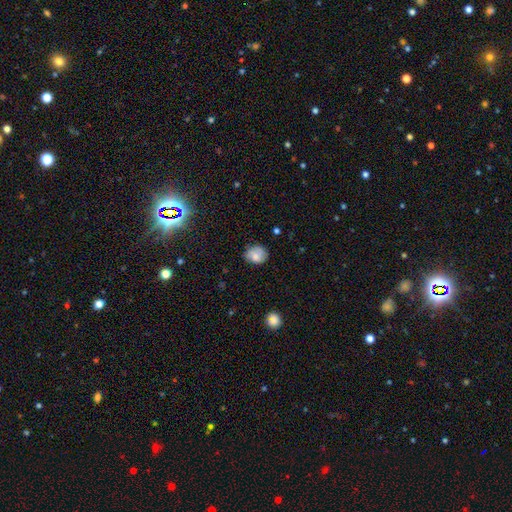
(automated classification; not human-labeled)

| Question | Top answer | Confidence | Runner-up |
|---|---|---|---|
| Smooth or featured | smooth | 68% | featured or disk (22%) |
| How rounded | round | 59% | in between (40%) |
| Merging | none | 66% | minor disturbance (26%) |